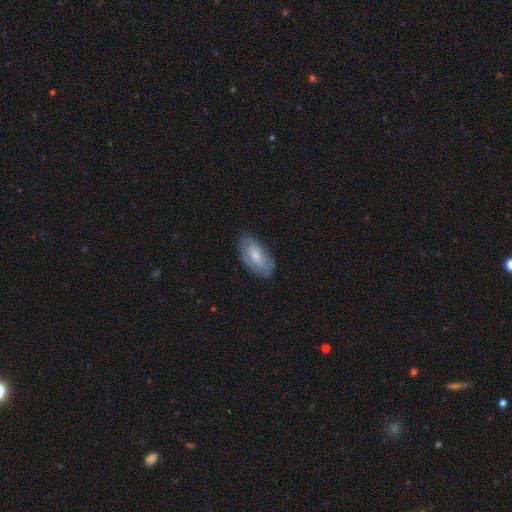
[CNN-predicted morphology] smooth 56%, featured or disk 38%, star or artifact 6%. Down the decision tree: how rounded — in between (91%); merging — none (72%).